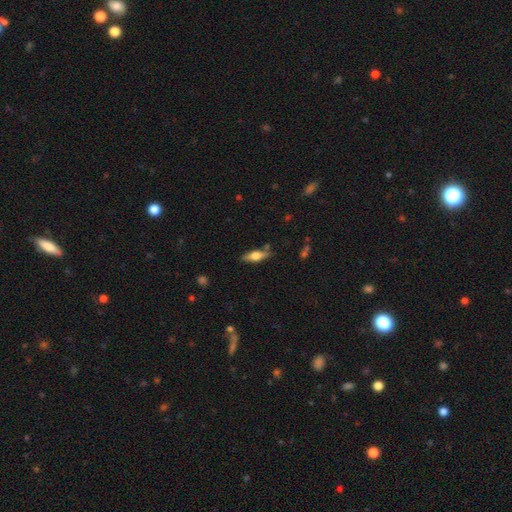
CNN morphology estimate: type=smooth (53%); roundness=in between (52%); merging=none (80%).